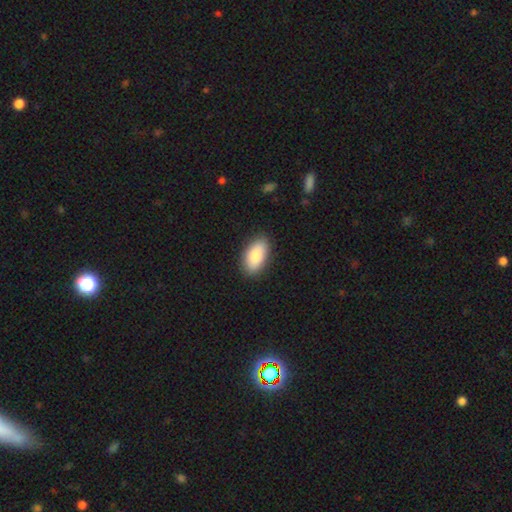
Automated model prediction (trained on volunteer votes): A smooth galaxy with no disk features (86%) that is in between round and cigar-shaped (93%).

Vote fractions:
- Smooth or featured? smooth: 86% / featured or disk: 8% / star or artifact: 6%
- How rounded? in between: 93% / cigar-shaped: 4% / round: 3%
- Merging? none: 87% / minor disturbance: 10% / major disturbance: 2% / merger: 1%